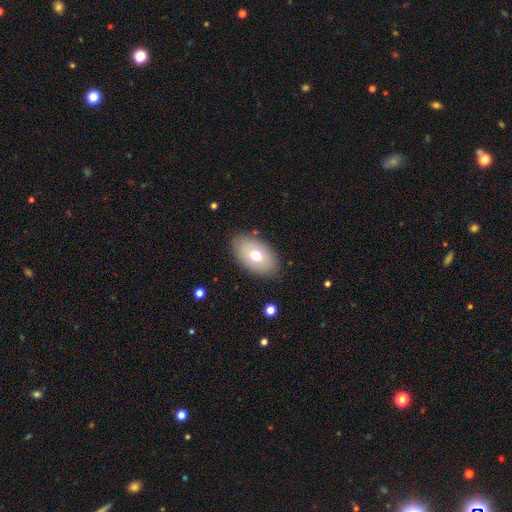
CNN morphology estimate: Overall: smooth (70%). How rounded: in between (92%). Merging: none (85%).